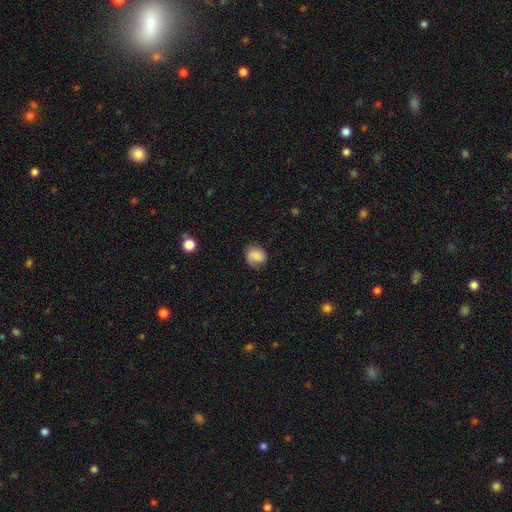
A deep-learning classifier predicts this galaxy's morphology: This is likely a smooth galaxy (72%). How rounded: possibly round (50%). Merging: likely none (62%).